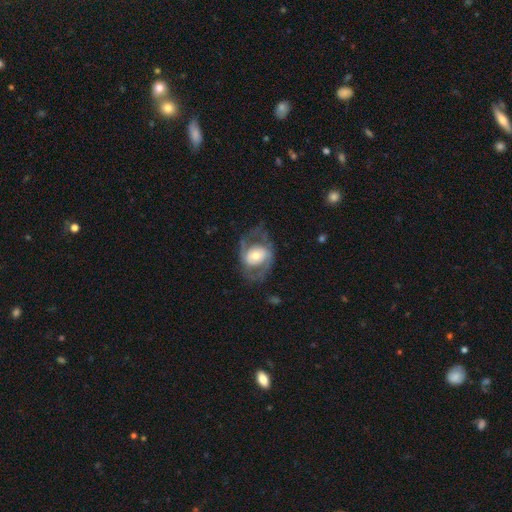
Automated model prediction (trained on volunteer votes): Overall: featured or disk (69%). Edge-on disk: no (96%). Bar: no (63%; weak 26%). Spiral arms: yes (65%; no 35%). Bulge size: moderate (61%). Merging: none (56%; major disturbance 24%).